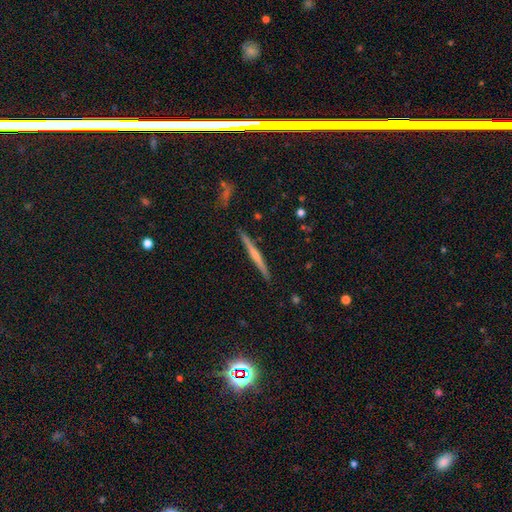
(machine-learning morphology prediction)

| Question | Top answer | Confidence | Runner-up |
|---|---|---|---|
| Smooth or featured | featured or disk | 57% | smooth (37%) |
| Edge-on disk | yes | 98% | no (2%) |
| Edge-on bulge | none | 50% | rounded (37%) |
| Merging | none | 91% | minor disturbance (7%) |